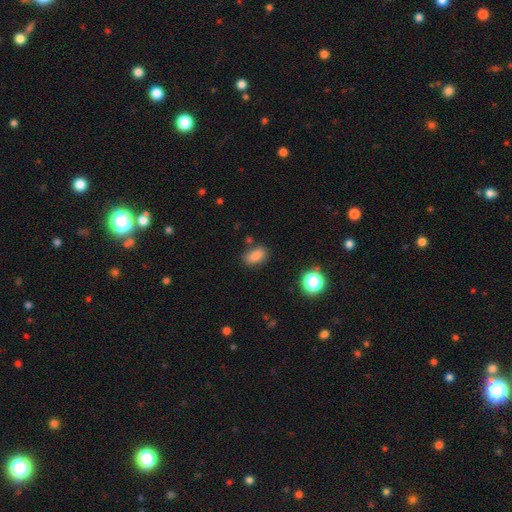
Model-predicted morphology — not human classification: This is clearly a smooth galaxy (83%). How rounded: clearly in between (86%). Merging: likely none (77%).